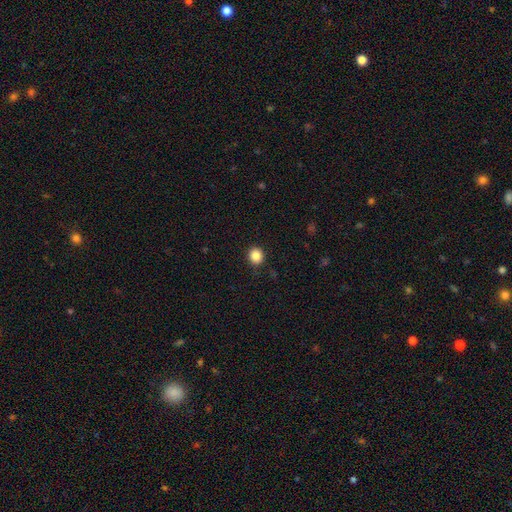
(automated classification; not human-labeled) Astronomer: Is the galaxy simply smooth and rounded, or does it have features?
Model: smooth — 86%.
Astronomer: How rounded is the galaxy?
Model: round — 84%.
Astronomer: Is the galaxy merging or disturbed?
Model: none — 90%.